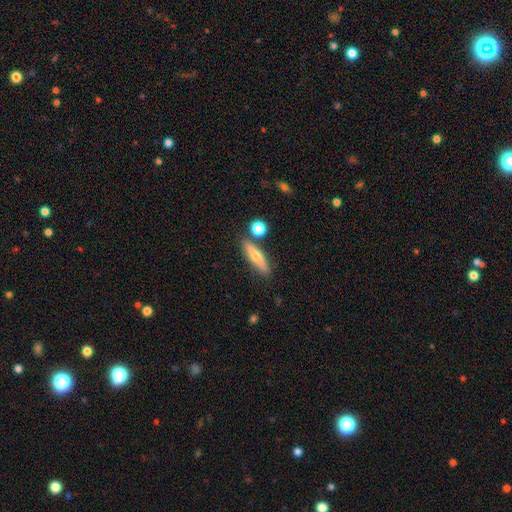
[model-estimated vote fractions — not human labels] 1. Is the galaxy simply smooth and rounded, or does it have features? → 52% smooth, 41% featured or disk, 7% star or artifact.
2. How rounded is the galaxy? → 74% cigar-shaped, 22% in between, 3% round.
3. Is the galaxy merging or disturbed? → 79% none, 11% minor disturbance, 8% merger, 3% major disturbance.